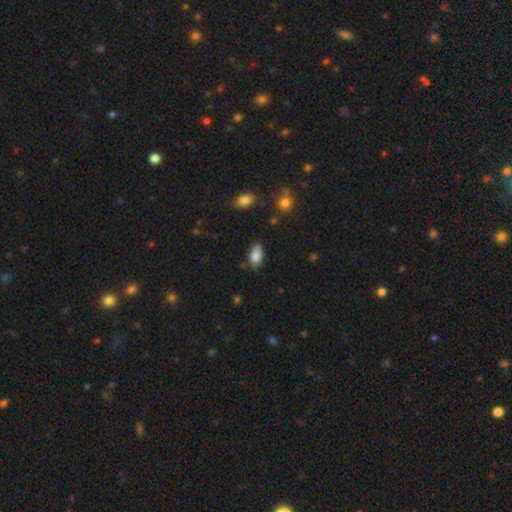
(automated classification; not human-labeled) smooth_or_featured: smooth (p=0.83) [alt: featured or disk p=0.09]
how_rounded: in between (p=0.91) [alt: cigar-shaped p=0.06]
merging: none (p=0.77) [alt: minor disturbance p=0.18]